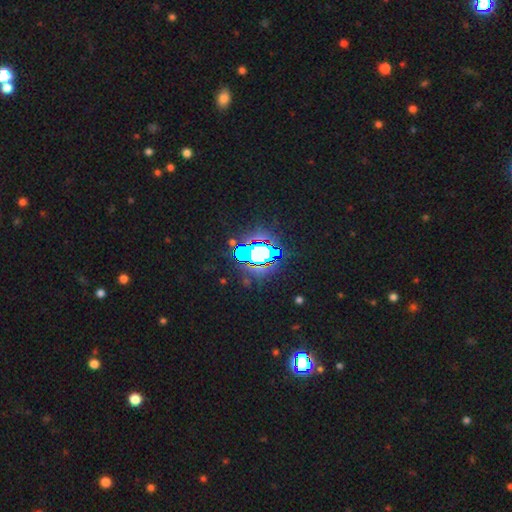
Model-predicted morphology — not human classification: A star or artifact, not a galaxy (78%).

Vote fractions:
- Smooth or featured? star or artifact: 78% / smooth: 13% / featured or disk: 10%